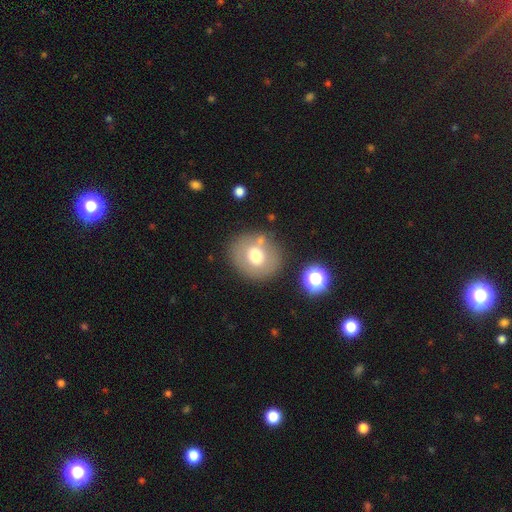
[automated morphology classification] Smooth or featured?
  - smooth: 66% *
  - featured or disk: 23%
  - star or artifact: 11%
How rounded?
  - round: 77% *
  - in between: 22%
  - cigar-shaped: 1%
Merging?
  - none: 78% *
  - minor disturbance: 11%
  - merger: 6%
  - major disturbance: 5%